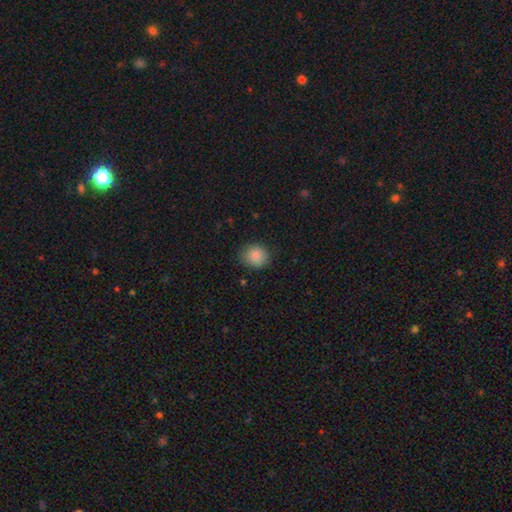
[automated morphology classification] smooth 87%, star or artifact 8%, featured or disk 4%. Down the decision tree: how rounded — round (77%); merging — none (82%).